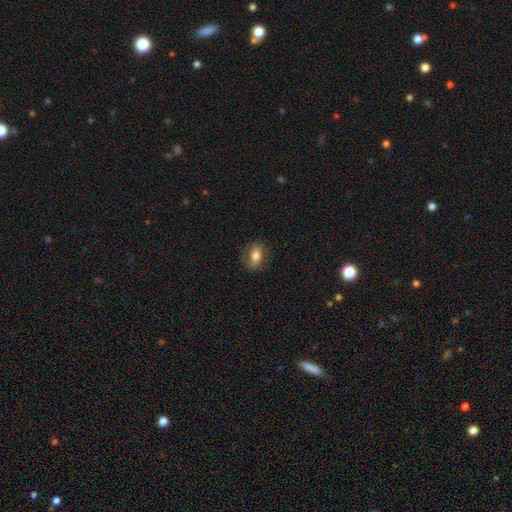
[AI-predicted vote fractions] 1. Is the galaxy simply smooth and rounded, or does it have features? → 64% smooth, 28% featured or disk, 8% star or artifact.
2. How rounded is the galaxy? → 76% in between, 19% round, 4% cigar-shaped.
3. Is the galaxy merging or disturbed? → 75% none, 17% minor disturbance, 7% major disturbance, 1% merger.